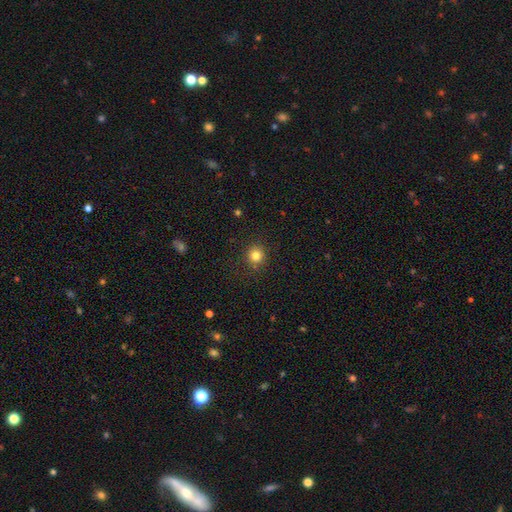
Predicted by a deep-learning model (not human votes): A smooth galaxy with no disk features (81%) that is round (92%). Merging: none (89%).